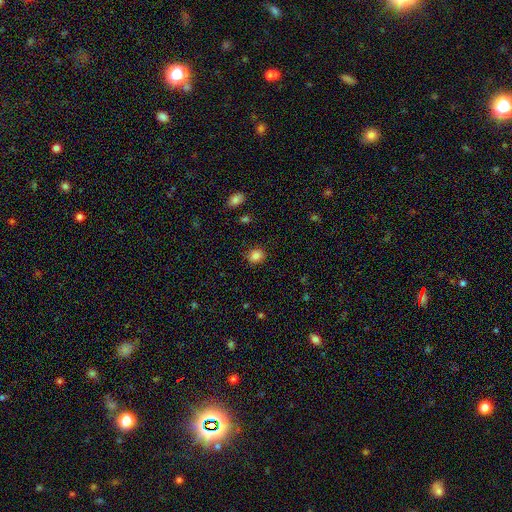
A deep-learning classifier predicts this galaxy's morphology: A smooth galaxy with no disk features (85%) that is round (64%). Merging: none (86%).